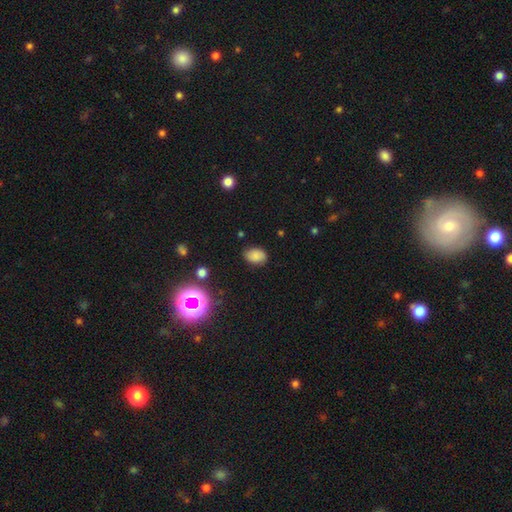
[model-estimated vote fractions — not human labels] A smooth galaxy with no disk features (77%) that is in between round and cigar-shaped (79%). Merging: none (79%).